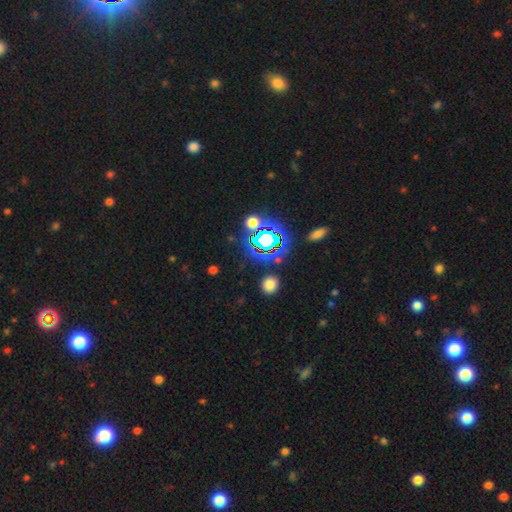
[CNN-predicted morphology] smooth-or-featured: star or artifact: 78% | smooth: 14% | featured or disk: 9%